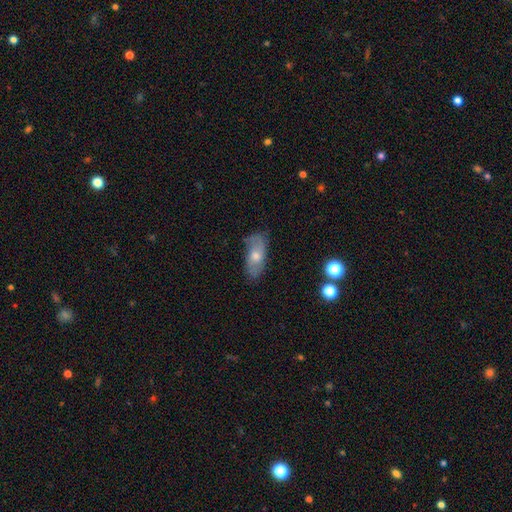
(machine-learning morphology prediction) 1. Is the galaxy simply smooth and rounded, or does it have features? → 50% featured or disk, 41% smooth, 9% star or artifact.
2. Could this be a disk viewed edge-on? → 84% no, 16% yes.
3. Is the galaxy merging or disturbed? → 74% none, 19% minor disturbance, 5% major disturbance, 2% merger.